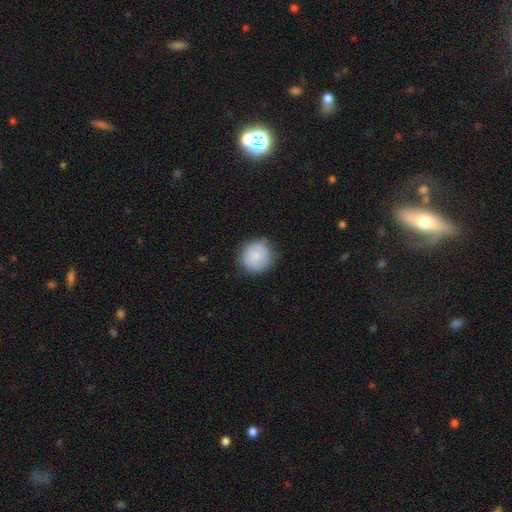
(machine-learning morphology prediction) Smooth or featured? smooth (84%)
How rounded? round (91%)
Merging? none (82%)